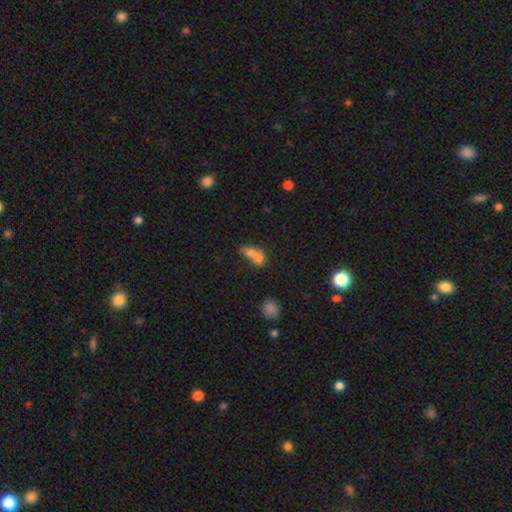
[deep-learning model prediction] Smooth or featured? Predicted: smooth (p=0.69). How rounded? Predicted: round (p=0.49). Merging? Predicted: merger (p=0.73).